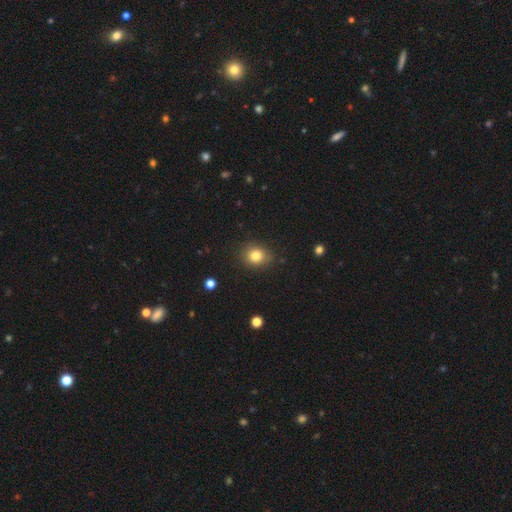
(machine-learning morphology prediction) A smooth galaxy with no disk features (82%) that is round (69%). Merging: none (83%).